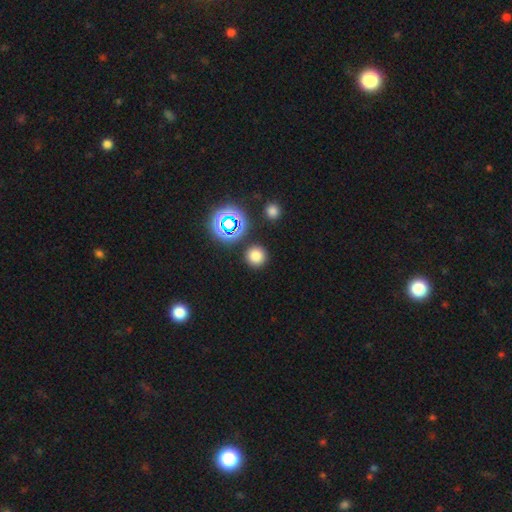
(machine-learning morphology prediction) Overall: smooth (75%). How rounded: round (94%). Merging: none (88%).